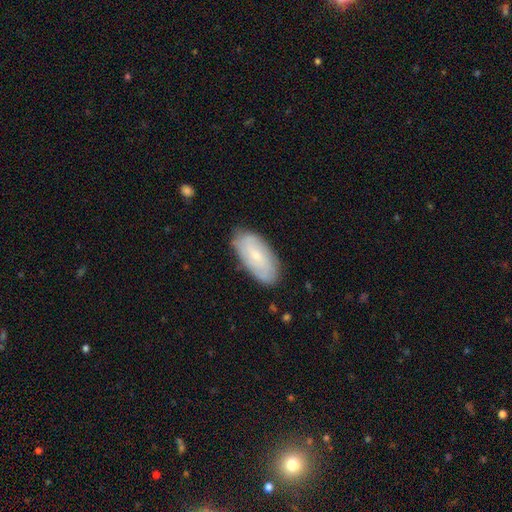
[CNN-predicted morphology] This appears to be a smooth galaxy with no disk features (56%) that is in between round and cigar-shaped (90%). Merging: none (81%).